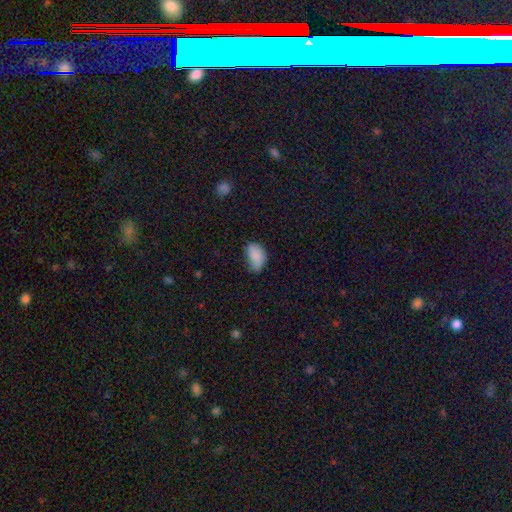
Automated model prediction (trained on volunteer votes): Smooth or featured?
  - smooth: 84% *
  - star or artifact: 8%
  - featured or disk: 8%
How rounded?
  - in between: 90% *
  - round: 9%
  - cigar-shaped: 1%
Merging?
  - none: 52% *
  - minor disturbance: 38%
  - major disturbance: 9%
  - merger: 2%